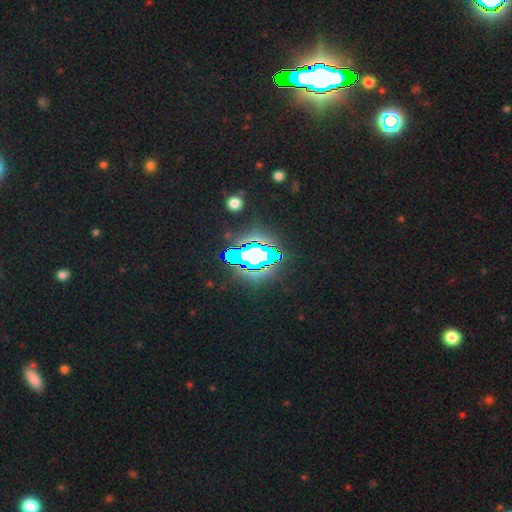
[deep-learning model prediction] This is likely a star or artifact rather than a galaxy (66%).